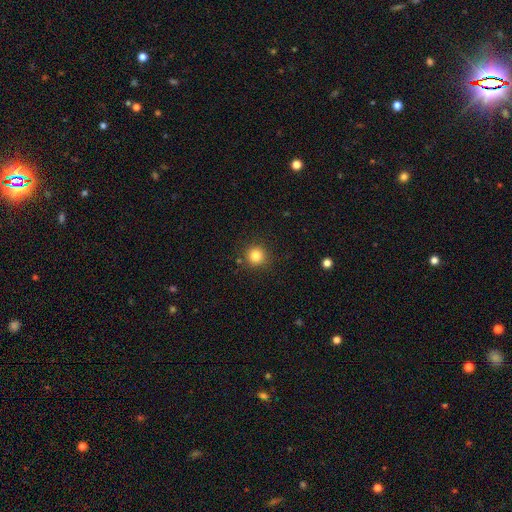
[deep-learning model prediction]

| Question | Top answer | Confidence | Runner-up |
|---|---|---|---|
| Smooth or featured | smooth | 82% | star or artifact (12%) |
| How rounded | round | 94% | in between (5%) |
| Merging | none | 88% | minor disturbance (7%) |